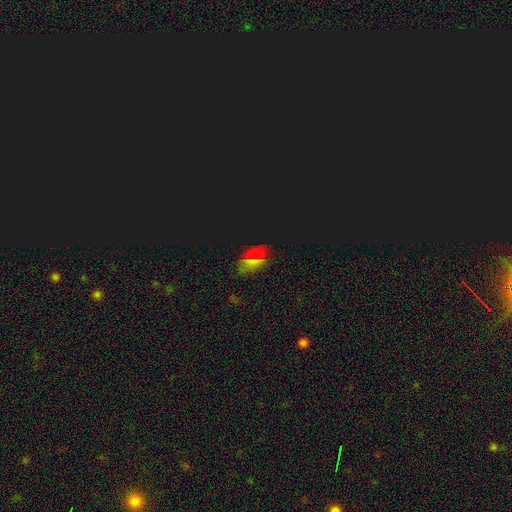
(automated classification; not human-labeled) smooth_or_featured: star or artifact (p=0.50) [alt: smooth p=0.41]